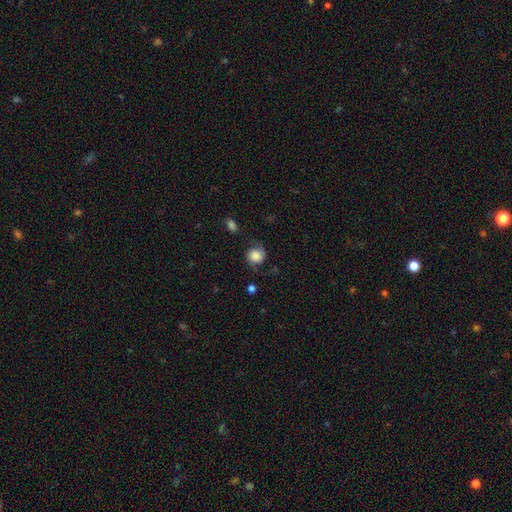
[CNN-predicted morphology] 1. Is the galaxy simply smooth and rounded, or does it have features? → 55% smooth, 35% featured or disk, 10% star or artifact.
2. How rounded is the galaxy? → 82% round, 17% in between, 1% cigar-shaped.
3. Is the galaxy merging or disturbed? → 67% none, 21% minor disturbance, 11% major disturbance, 2% merger.